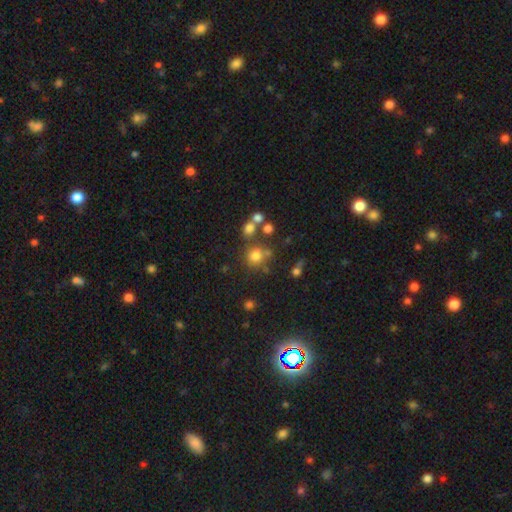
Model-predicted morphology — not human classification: smooth-or-featured: smooth: 74% | star or artifact: 17% | featured or disk: 9%
  how-rounded: round: 88% | in between: 11% | cigar-shaped: 1%
  merging: none: 67% | merger: 16% | minor disturbance: 11% | major disturbance: 6%